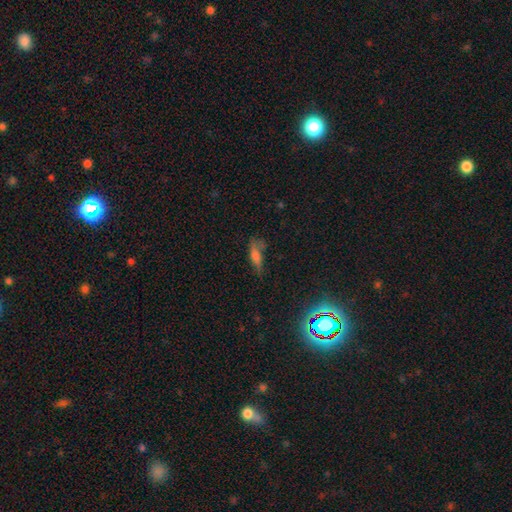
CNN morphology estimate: This is possibly a smooth galaxy (60%). How rounded: possibly in between (56%). Merging: possibly none (48%).